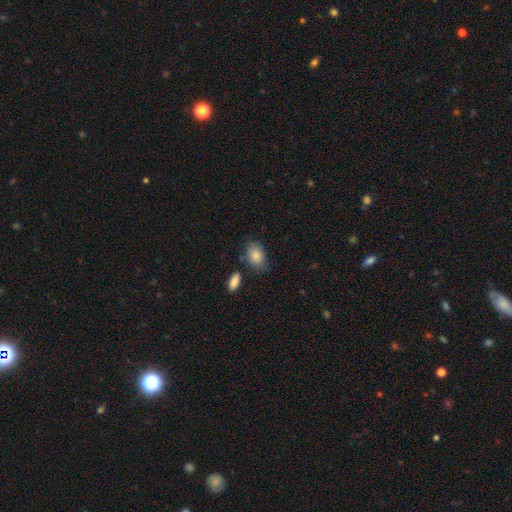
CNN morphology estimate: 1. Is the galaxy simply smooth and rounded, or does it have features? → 86% smooth, 7% featured or disk, 7% star or artifact.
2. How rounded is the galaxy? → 87% in between, 12% round, 1% cigar-shaped.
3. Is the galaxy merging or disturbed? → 72% none, 18% minor disturbance, 6% merger, 4% major disturbance.